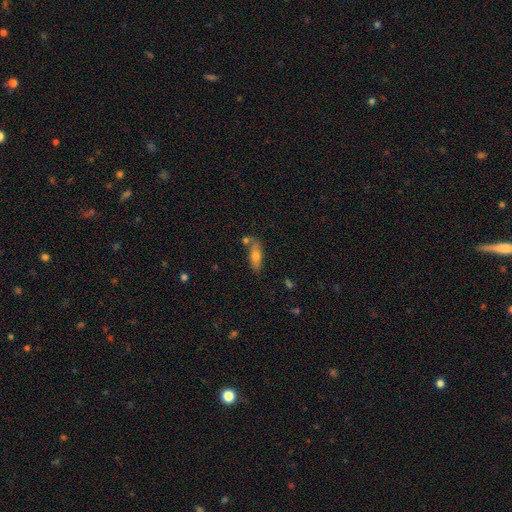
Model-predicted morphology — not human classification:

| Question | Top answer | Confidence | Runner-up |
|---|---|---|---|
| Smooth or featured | smooth | 67% | featured or disk (25%) |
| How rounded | in between | 67% | cigar-shaped (30%) |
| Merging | none | 62% | merger (17%) |